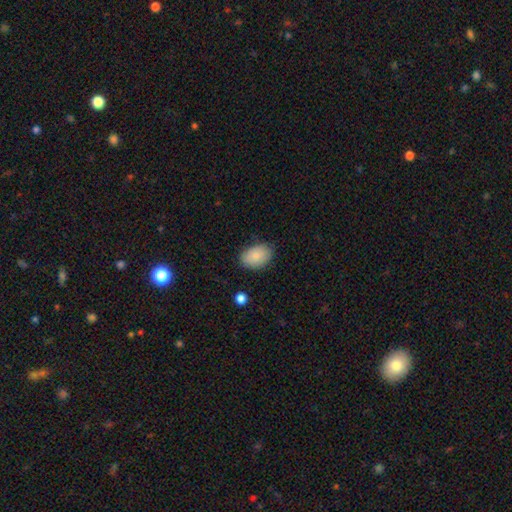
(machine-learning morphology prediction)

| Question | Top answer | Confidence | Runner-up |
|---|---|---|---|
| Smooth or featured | smooth | 85% | featured or disk (8%) |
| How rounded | in between | 85% | round (14%) |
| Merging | none | 82% | minor disturbance (14%) |